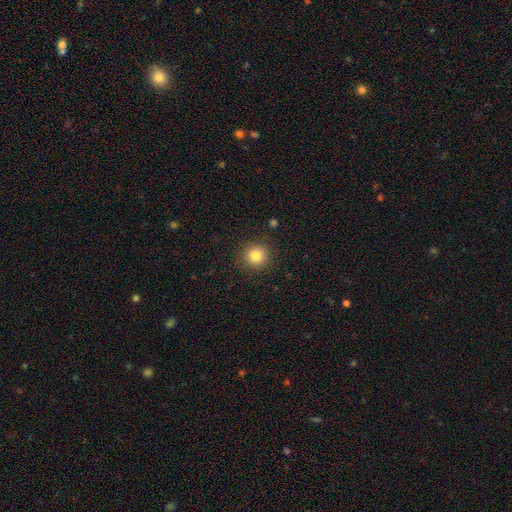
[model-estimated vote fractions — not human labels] Smooth or featured: smooth — 84% (star or artifact — 11%)
How rounded: round — 92% (in between — 8%)
Merging: none — 89% (minor disturbance — 8%)